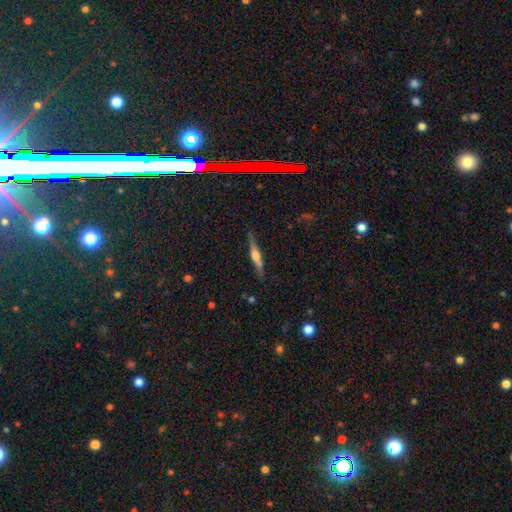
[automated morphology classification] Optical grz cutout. It shows a featured or disk galaxy (71%) viewed edge-on (97%) with a rounded central bulge (77%). Merging: none (86%).